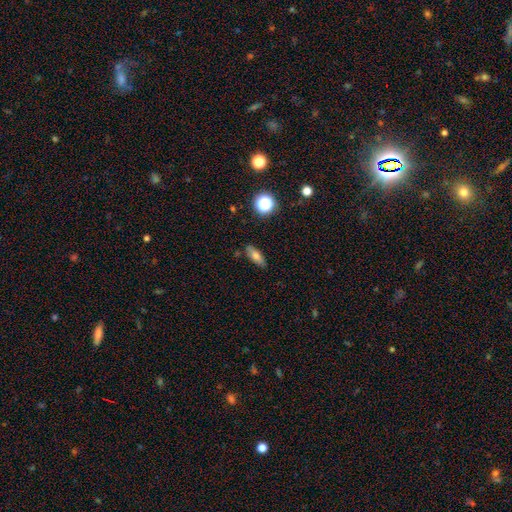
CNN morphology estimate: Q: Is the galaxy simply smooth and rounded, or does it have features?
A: smooth — 70%.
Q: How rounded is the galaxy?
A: in between — 66%.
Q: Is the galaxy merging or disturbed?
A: none — 82%.